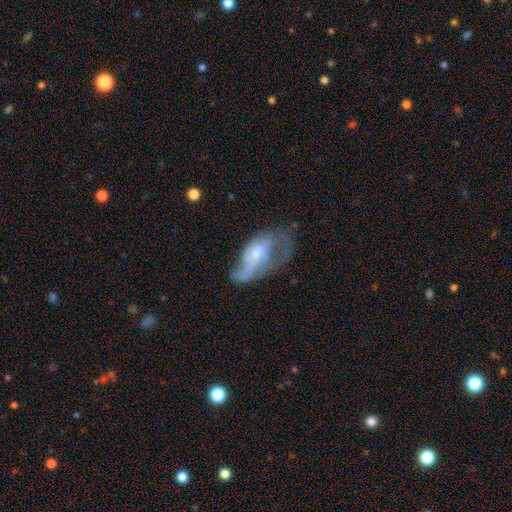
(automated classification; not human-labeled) Smooth or featured? Predicted: featured or disk (p=0.57). Edge-on disk? Predicted: no (p=0.92). Bar? Predicted: no (p=0.62). Spiral arms? Predicted: yes (p=0.61). Bulge size? Predicted: small (p=0.45). Merging? Predicted: major disturbance (p=0.44).